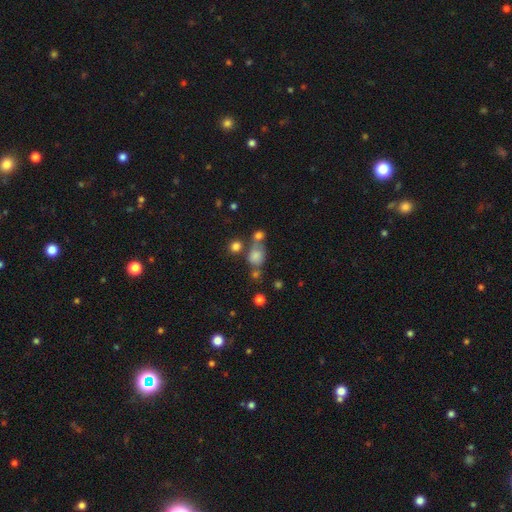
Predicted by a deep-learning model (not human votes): Morphology: type=smooth (73%); roundness=round (52%); merging=none (43%).